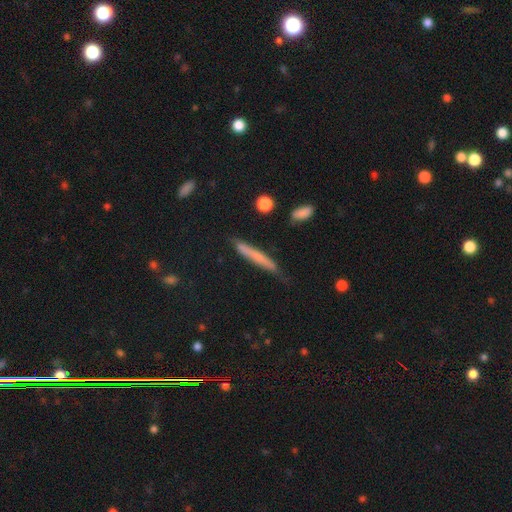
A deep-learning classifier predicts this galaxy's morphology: Q: Smooth or featured?
A: smooth (62%); runner-up: featured or disk (30%)
Q: How rounded?
A: cigar-shaped (94%); runner-up: in between (4%)
Q: Merging?
A: none (70%); runner-up: minor disturbance (23%)